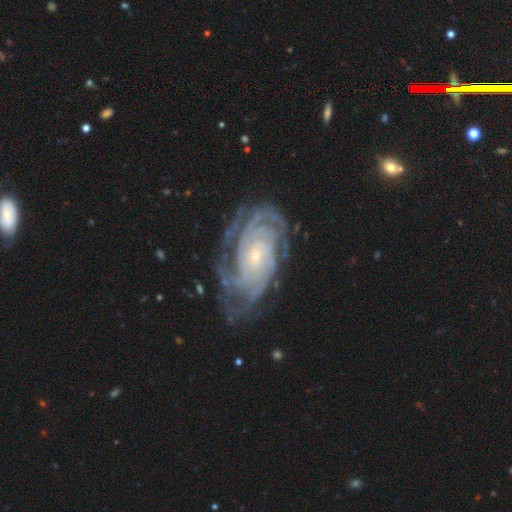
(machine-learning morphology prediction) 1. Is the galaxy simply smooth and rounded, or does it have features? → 89% featured or disk, 6% star or artifact, 5% smooth.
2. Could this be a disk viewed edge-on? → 96% no, 4% yes.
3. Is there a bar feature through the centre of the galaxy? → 75% no, 18% weak, 7% strong.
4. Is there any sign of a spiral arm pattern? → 98% yes, 2% no.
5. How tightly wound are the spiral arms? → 81% tight, 16% medium, 3% loose.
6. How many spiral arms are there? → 27% can't tell, 22% 4, 17% more than 4, 15% 3, 12% 2, 7% 1.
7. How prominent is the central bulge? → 83% small, 13% moderate, 2% none, 1% large, 1% dominant.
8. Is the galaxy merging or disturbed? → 73% none, 18% minor disturbance, 7% major disturbance, 2% merger.